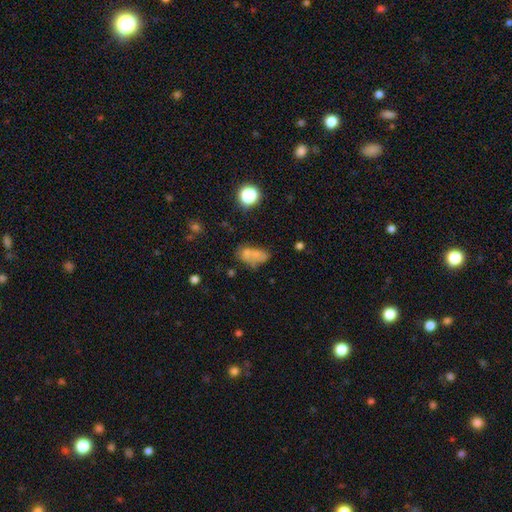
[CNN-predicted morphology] Overall: smooth (59%; featured or disk 26%). How rounded: in between (83%). Merging: merger (35%; none 33%).